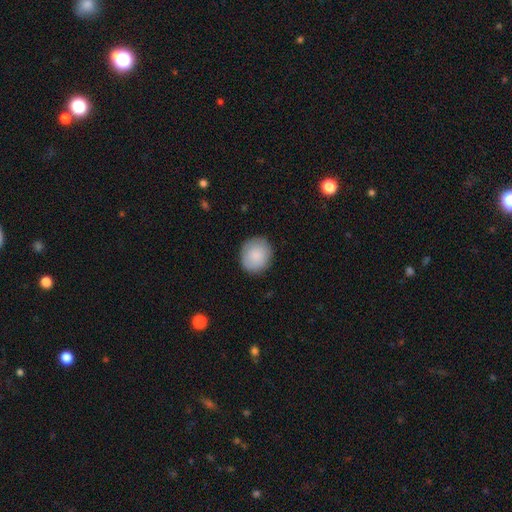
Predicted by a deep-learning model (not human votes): Overall: smooth (86%). How rounded: round (81%). Merging: none (87%).